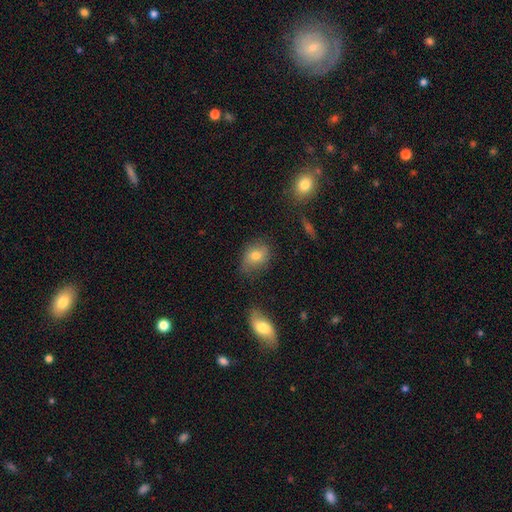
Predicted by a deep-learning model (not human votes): smooth_or_featured: smooth (p=0.75) [alt: featured or disk p=0.15]
how_rounded: in between (p=0.62) [alt: round p=0.36]
merging: none (p=0.66) [alt: minor disturbance p=0.24]